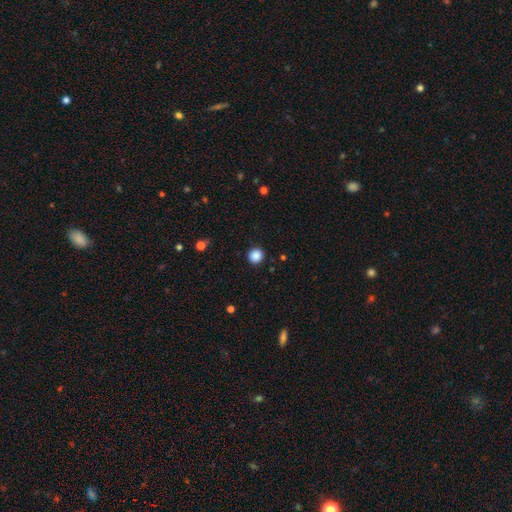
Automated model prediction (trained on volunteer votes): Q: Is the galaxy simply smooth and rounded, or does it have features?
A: smooth — 87%.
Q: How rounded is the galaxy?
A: round — 94%.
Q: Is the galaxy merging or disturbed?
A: none — 93%.